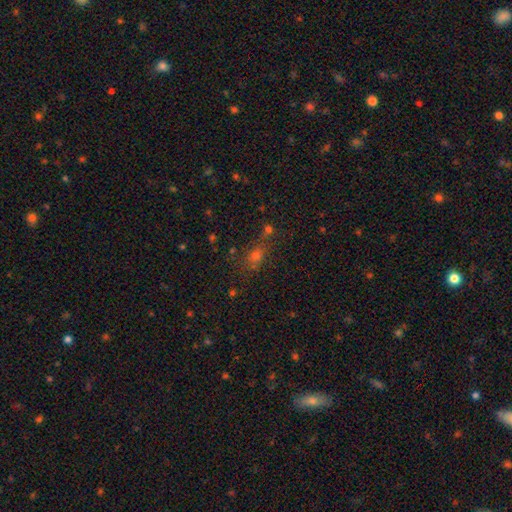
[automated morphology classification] Overall: smooth (53%; star or artifact 35%). How rounded: round (46%; in between 45%). Merging: none (61%).